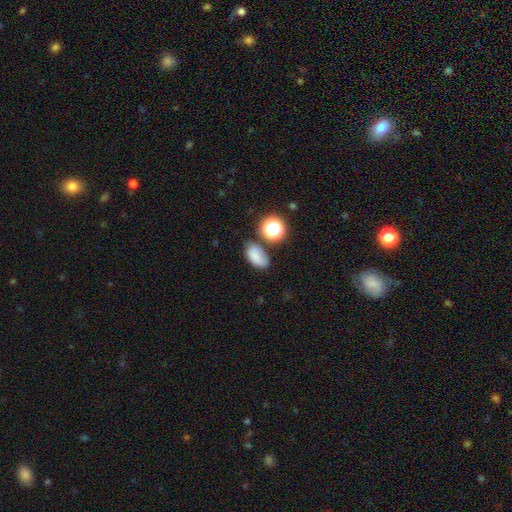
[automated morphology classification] type=smooth (76%); roundness=in between (84%); merging=none (62%).